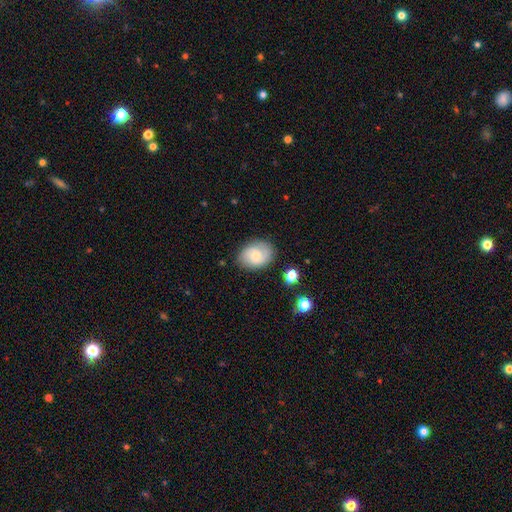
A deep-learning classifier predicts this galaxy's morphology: Smooth or featured?
  - smooth: 51% *
  - featured or disk: 40%
  - star or artifact: 8%
How rounded?
  - in between: 67% *
  - round: 32%
  - cigar-shaped: 1%
Merging?
  - none: 80% *
  - minor disturbance: 15%
  - major disturbance: 4%
  - merger: 2%